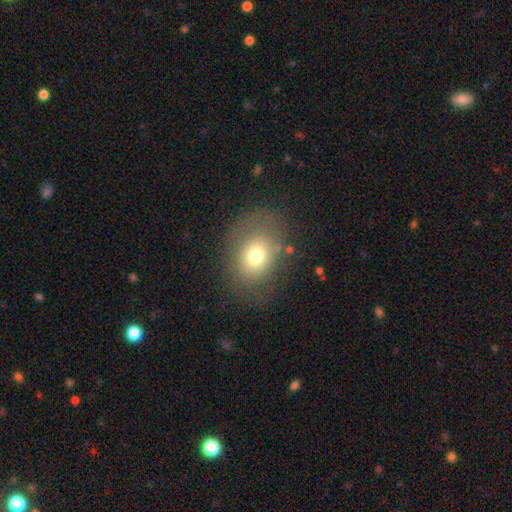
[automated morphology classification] type=smooth (69%); roundness=in between (54%); merging=none (67%).